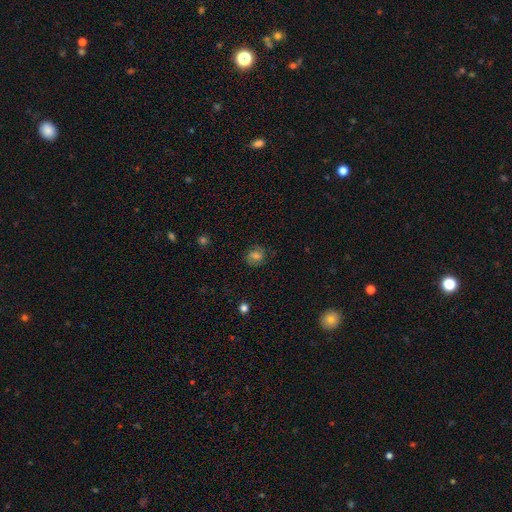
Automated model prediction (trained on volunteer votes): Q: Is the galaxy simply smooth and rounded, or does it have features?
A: smooth — 64%.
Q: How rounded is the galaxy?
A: round — 66%.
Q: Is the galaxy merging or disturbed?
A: none — 79%.